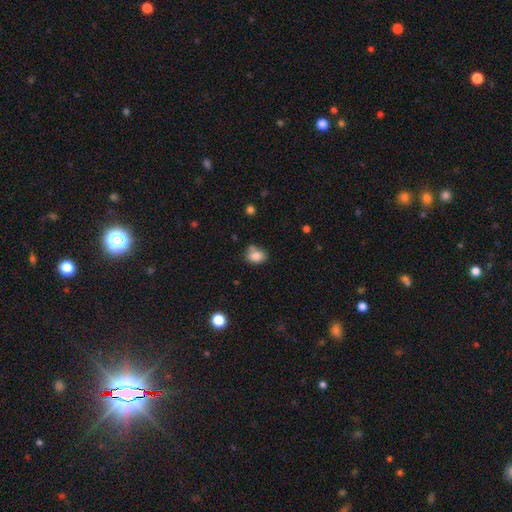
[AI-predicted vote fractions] Smooth or featured: smooth — 82% (star or artifact — 10%)
How rounded: in between — 57% (round — 42%)
Merging: none — 58% (minor disturbance — 25%)